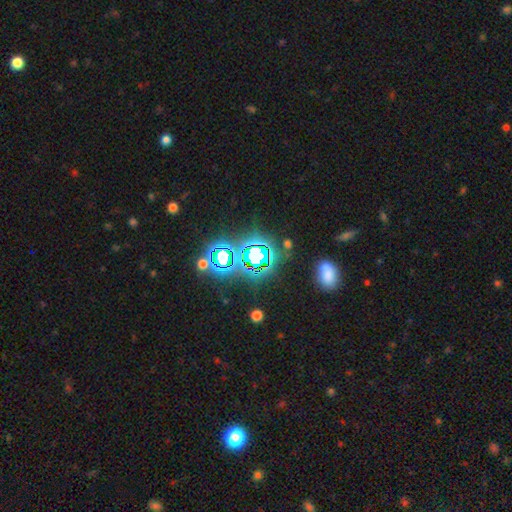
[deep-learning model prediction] Smooth or featured? star or artifact (76%)